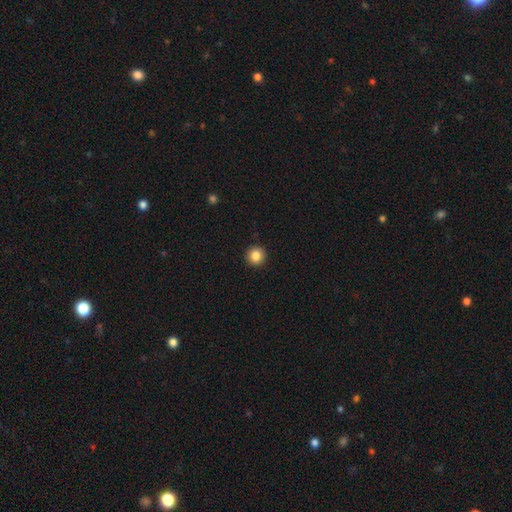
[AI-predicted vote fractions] This is clearly a smooth galaxy (85%). How rounded: clearly round (95%). Merging: clearly none (93%).